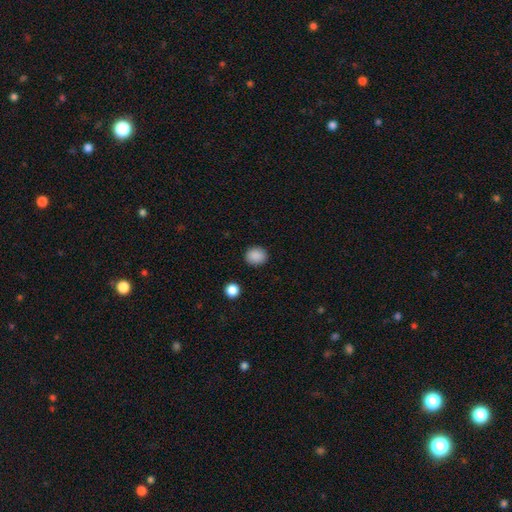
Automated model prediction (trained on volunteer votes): The model was most divided on "how rounded": round: 70%, in between: 29%, cigar-shaped: 1%. More confident: merging — none (89%); smooth or featured — smooth (88%).